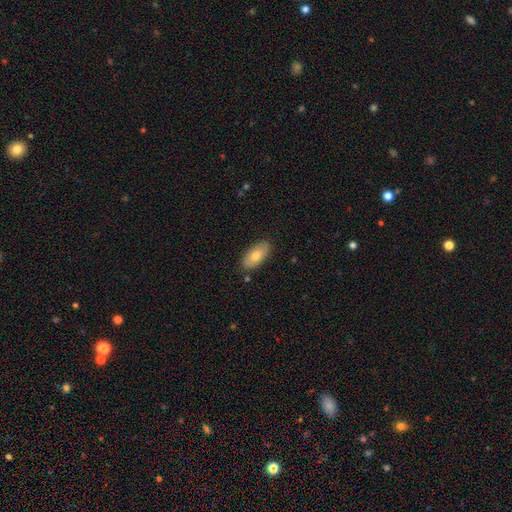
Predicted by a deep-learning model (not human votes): Q: Smooth or featured?
A: smooth (73%); runner-up: featured or disk (20%)
Q: How rounded?
A: in between (92%); runner-up: cigar-shaped (6%)
Q: Merging?
A: none (85%); runner-up: minor disturbance (11%)